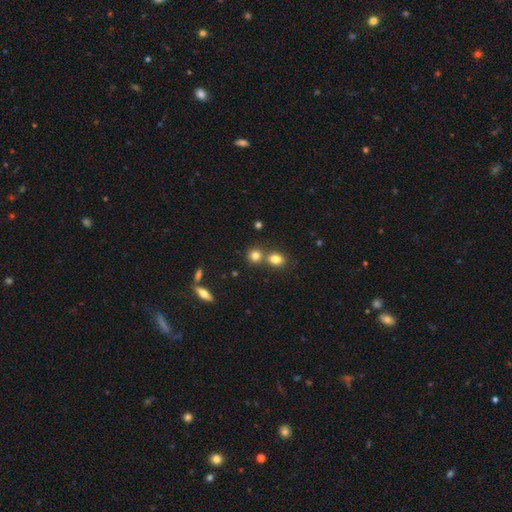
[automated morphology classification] Smooth or featured?
  - smooth: 79% *
  - star or artifact: 12%
  - featured or disk: 9%
How rounded?
  - round: 78% *
  - in between: 20%
  - cigar-shaped: 2%
Merging?
  - none: 57% *
  - merger: 33%
  - minor disturbance: 8%
  - major disturbance: 3%